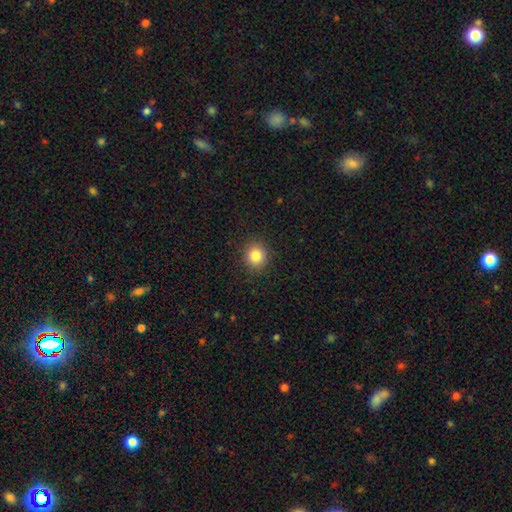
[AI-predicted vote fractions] This is clearly a smooth galaxy (84%). How rounded: clearly round (87%). Merging: clearly none (90%).